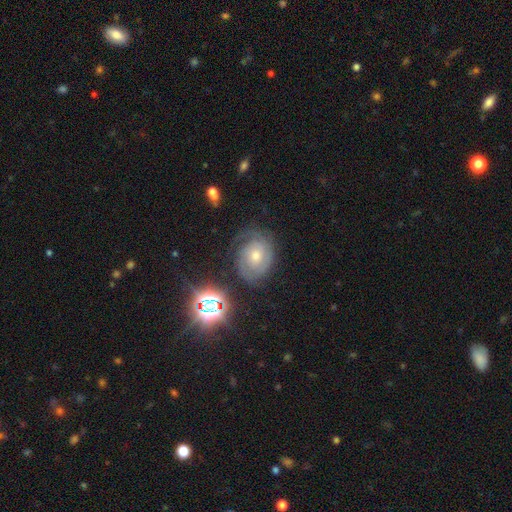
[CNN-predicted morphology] A featured or disk galaxy (70%) with no bar (74%), 2 (40%) tight (70%) spiral arms (92%) and a moderate central bulge (57%).

Vote fractions:
- Smooth or featured? featured or disk: 70% / star or artifact: 16% / smooth: 15%
- Edge-on disk? no: 97% / yes: 3%
- Bar? no: 74% / weak: 21% / strong: 5%
- Spiral arms? yes: 92% / no: 8%
- Spiral winding? tight: 70% / medium: 24% / loose: 6%
- Spiral arm count? 2: 40% / can't tell: 31% / 3: 13% / 1: 8% / 4: 4% / more than 4: 4%
- Bulge size? moderate: 57% / small: 38% / large: 3% / none: 2% / dominant: 1%
- Merging? none: 71% / minor disturbance: 19% / major disturbance: 9% / merger: 2%